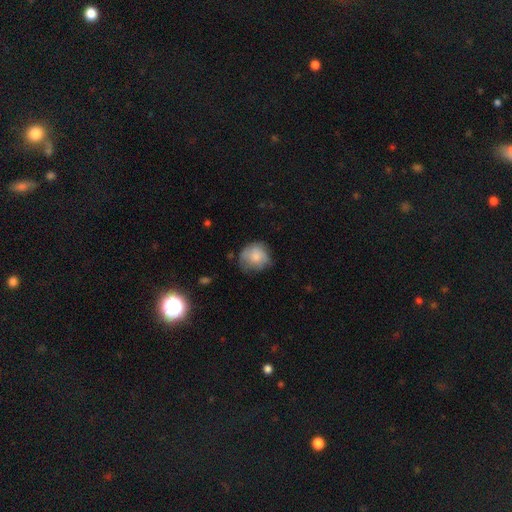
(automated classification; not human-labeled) Smooth or featured?
  - smooth: 74% *
  - featured or disk: 18%
  - star or artifact: 8%
How rounded?
  - round: 81% *
  - in between: 18%
  - cigar-shaped: 1%
Merging?
  - none: 57% *
  - minor disturbance: 30%
  - major disturbance: 11%
  - merger: 2%